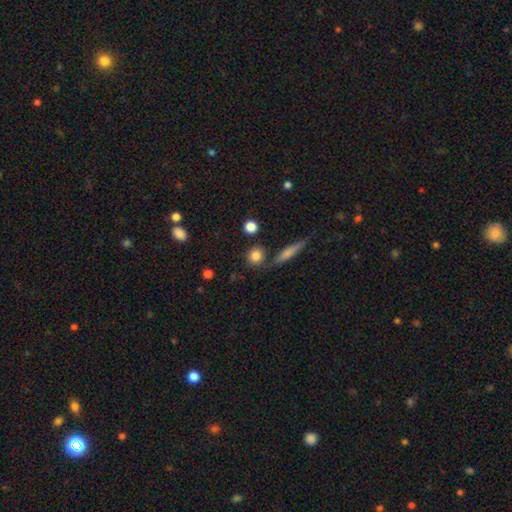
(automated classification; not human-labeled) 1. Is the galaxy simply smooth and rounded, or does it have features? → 82% smooth, 9% star or artifact, 8% featured or disk.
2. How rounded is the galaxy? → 81% round, 15% in between, 4% cigar-shaped.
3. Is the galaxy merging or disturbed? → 76% none, 11% minor disturbance, 10% merger, 4% major disturbance.